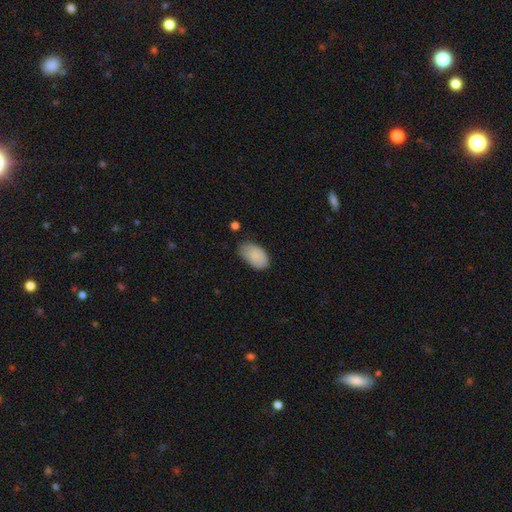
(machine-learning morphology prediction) A smooth galaxy with no disk features (87%) that is in between round and cigar-shaped (94%).

Vote fractions:
- Smooth or featured? smooth: 87% / star or artifact: 7% / featured or disk: 6%
- How rounded? in between: 94% / round: 5% / cigar-shaped: 1%
- Merging? none: 64% / minor disturbance: 29% / major disturbance: 5% / merger: 2%